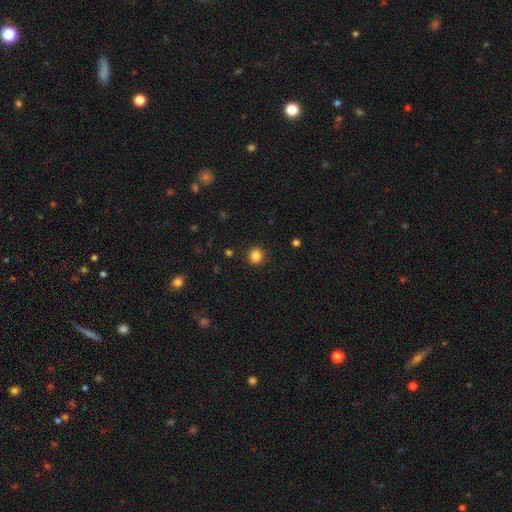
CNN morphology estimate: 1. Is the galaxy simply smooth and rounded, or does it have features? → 85% smooth, 11% star or artifact, 4% featured or disk.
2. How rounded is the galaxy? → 91% round, 8% in between, 1% cigar-shaped.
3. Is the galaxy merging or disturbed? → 91% none, 6% minor disturbance, 2% major disturbance, 1% merger.